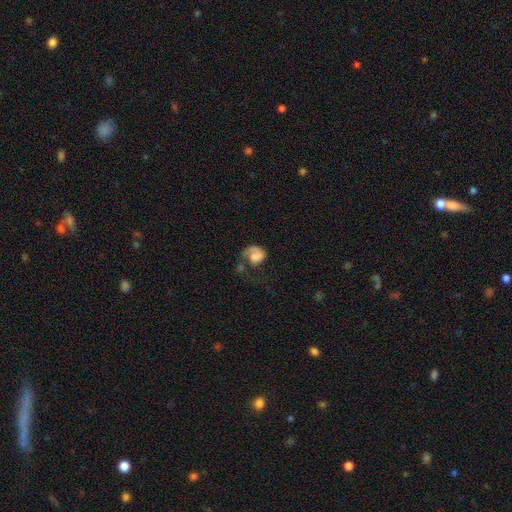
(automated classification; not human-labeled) This is possibly a featured or disk galaxy (53%). It is clearly not viewed edge-on (98%). Bar: likely no (75%). Spiral arm pattern: clearly yes (82%). Central bulge: marginally none (28%). Merging: possibly major disturbance (45%).